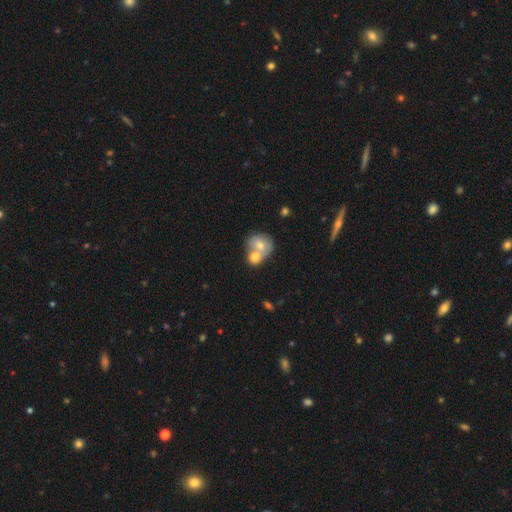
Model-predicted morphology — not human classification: The model was most divided on "how rounded": round: 68%, in between: 31%, cigar-shaped: 2%. More confident: merging — merger (66%); smooth or featured — smooth (65%).